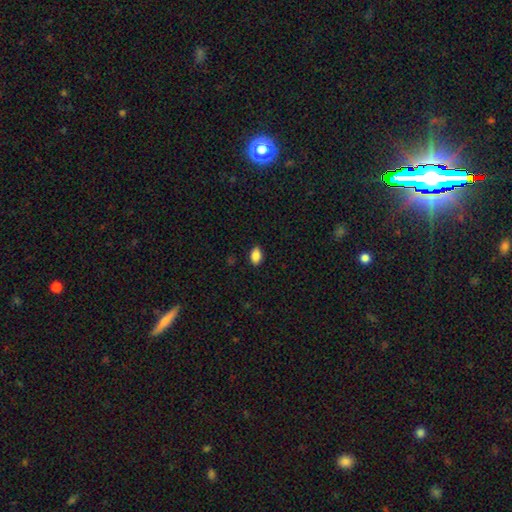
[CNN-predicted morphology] smooth_or_featured: smooth (p=0.86) [alt: star or artifact p=0.09]
how_rounded: in between (p=0.88) [alt: round p=0.10]
merging: none (p=0.88) [alt: minor disturbance p=0.09]